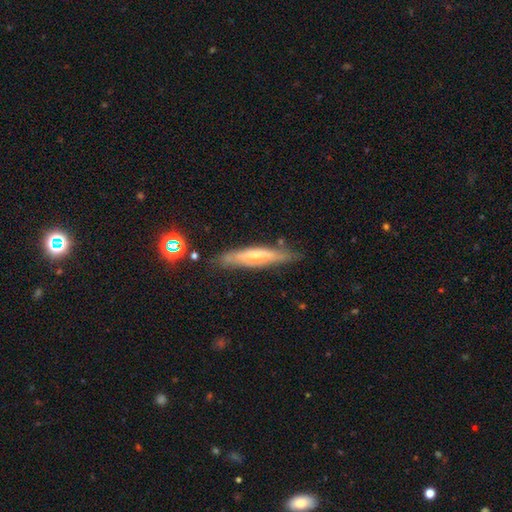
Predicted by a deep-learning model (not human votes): Smooth or featured? featured or disk (54%)
Edge-on disk? yes (75%)
Merging? none (72%)